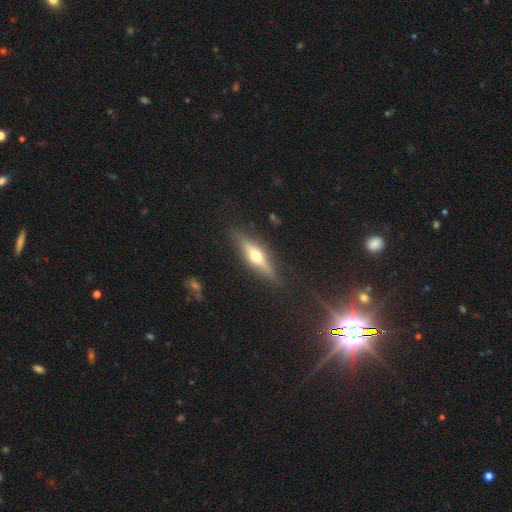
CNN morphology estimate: featured or disk 62%, smooth 31%, star or artifact 7%. Down the decision tree: edge-on disk — yes (94%); edge-on bulge — rounded (94%); merging — none (87%).